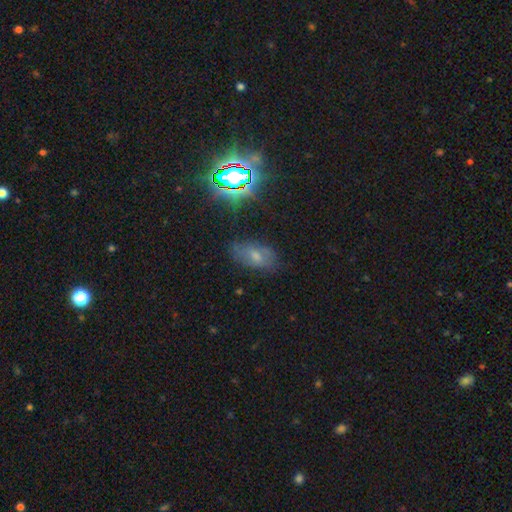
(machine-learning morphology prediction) smooth-or-featured: smooth: 51% | featured or disk: 26% | star or artifact: 23%
  how-rounded: in between: 89% | round: 7% | cigar-shaped: 5%
  merging: none: 68% | minor disturbance: 22% | major disturbance: 8% | merger: 2%